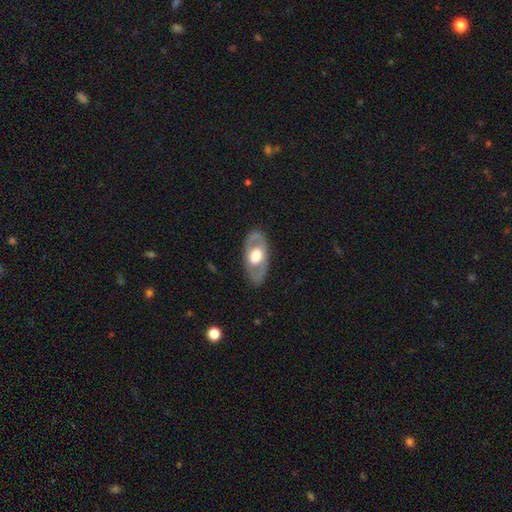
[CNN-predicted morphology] type=featured or disk (62%); edge-on=no (83%); bar=no (78%); spiral arms=no (73%); bulge=large (51%); merging=none (83%).